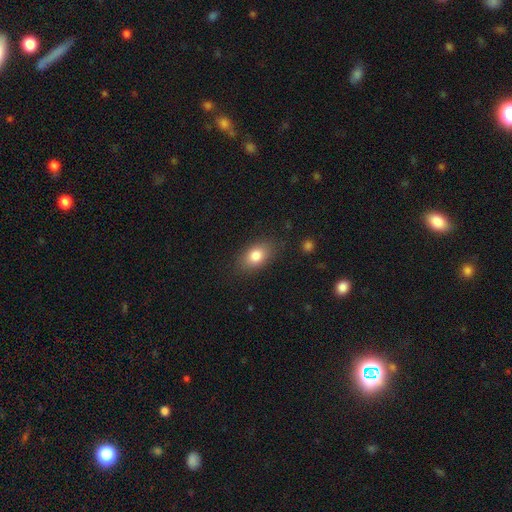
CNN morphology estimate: smooth_or_featured: smooth (p=0.81) [alt: featured or disk p=0.10]
how_rounded: in between (p=0.83) [alt: round p=0.14]
merging: none (p=0.83) [alt: minor disturbance p=0.12]